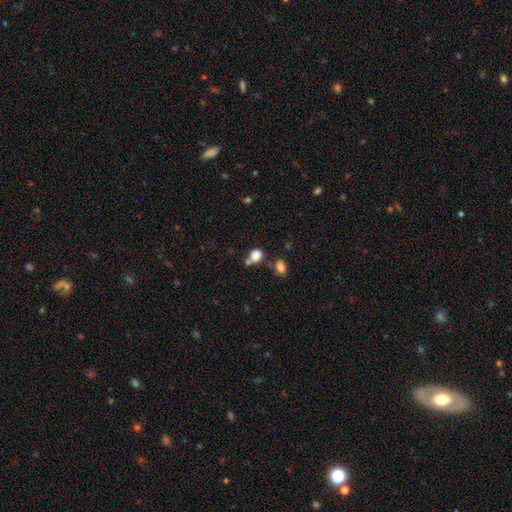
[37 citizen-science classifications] smooth_or_featured: smooth (p=0.95) [alt: star or artifact p=0.05]
how_rounded: round (p=0.69) [alt: in between p=0.31]
merging: none (p=0.51) [alt: minor disturbance p=0.23]